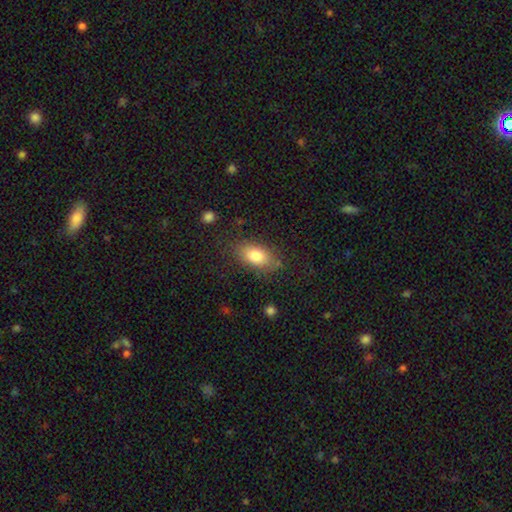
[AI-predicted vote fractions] Smooth or featured: smooth — 80% (featured or disk — 12%)
How rounded: in between — 88% (round — 8%)
Merging: none — 78% (minor disturbance — 15%)